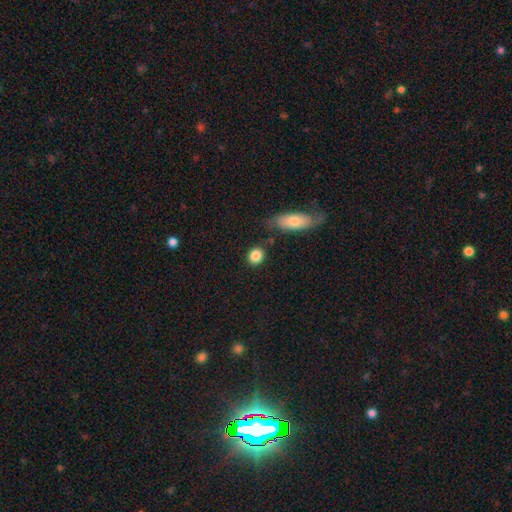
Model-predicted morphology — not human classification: A smooth galaxy with no disk features (86%) that is round (61%). Merging: none (79%).